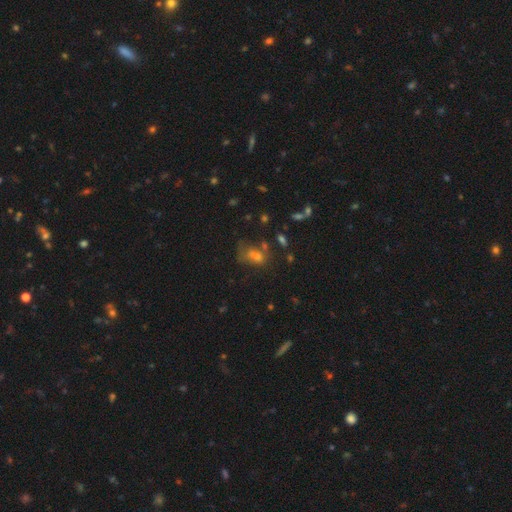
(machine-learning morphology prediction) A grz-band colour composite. It shows a smooth galaxy with no disk features (52%) that is in between round and cigar-shaped (77%). Merging: none (44%).